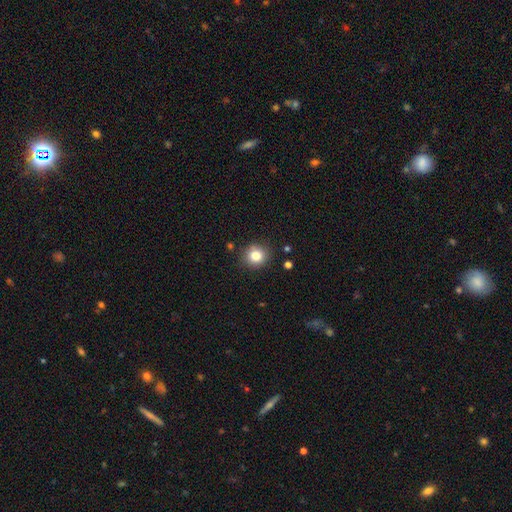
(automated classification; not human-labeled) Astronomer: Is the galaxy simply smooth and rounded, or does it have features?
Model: smooth — 81%.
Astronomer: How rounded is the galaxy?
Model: round — 89%.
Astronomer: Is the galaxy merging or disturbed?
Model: none — 88%.